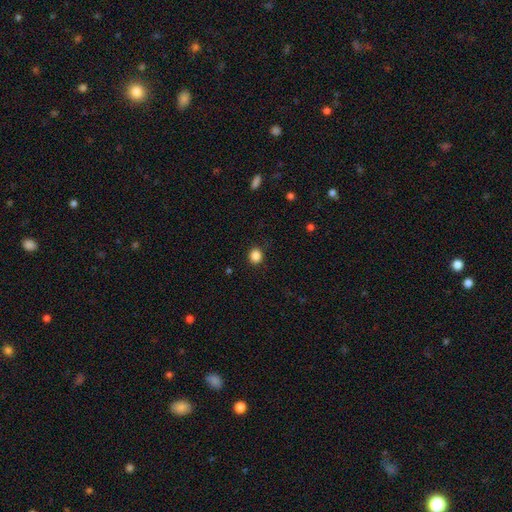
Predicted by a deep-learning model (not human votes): smooth-or-featured: smooth: 87% | star or artifact: 10% | featured or disk: 3%
  how-rounded: round: 68% | in between: 31% | cigar-shaped: 1%
  merging: none: 88% | minor disturbance: 9% | major disturbance: 3% | merger: 1%